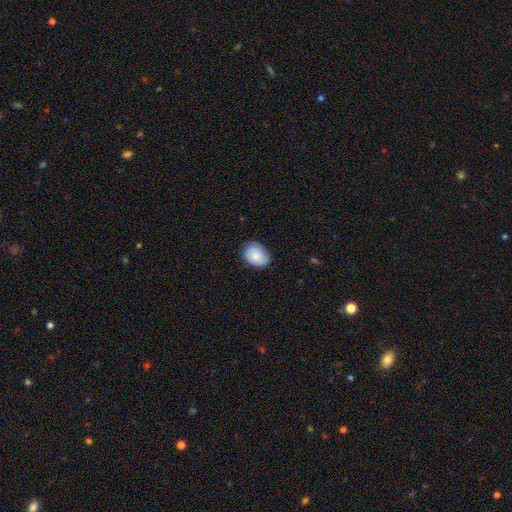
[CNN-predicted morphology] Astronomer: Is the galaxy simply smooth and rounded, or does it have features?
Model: smooth — 77%.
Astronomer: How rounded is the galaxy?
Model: in between — 67%.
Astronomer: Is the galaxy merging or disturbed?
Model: none — 76%.